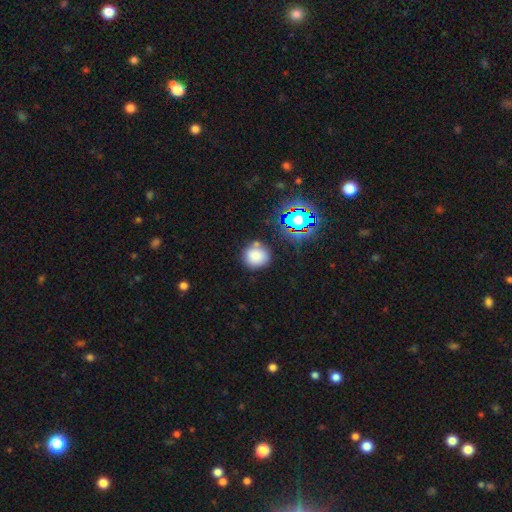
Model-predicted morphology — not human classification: This is likely a smooth galaxy (77%). How rounded: clearly round (87%). Merging: likely none (74%).